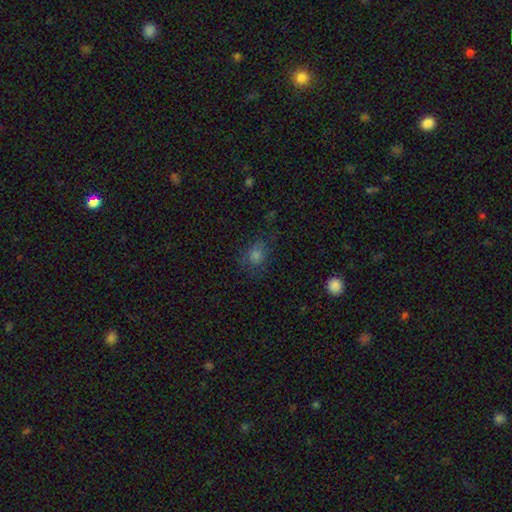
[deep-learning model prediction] A smooth galaxy with no disk features (72%) that is round (58%).

Vote fractions:
- Smooth or featured? smooth: 72% / star or artifact: 17% / featured or disk: 11%
- How rounded? round: 58% / in between: 40% / cigar-shaped: 1%
- Merging? none: 68% / minor disturbance: 20% / major disturbance: 10% / merger: 2%